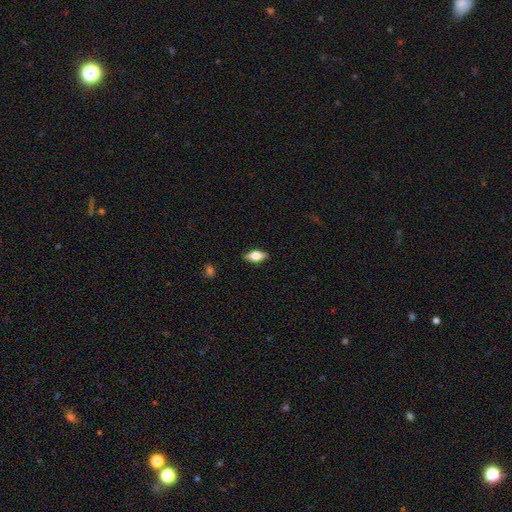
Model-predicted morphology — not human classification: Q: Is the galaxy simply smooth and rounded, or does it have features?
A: smooth — 57%.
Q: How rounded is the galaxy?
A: in between — 78%.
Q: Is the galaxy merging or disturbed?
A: none — 88%.